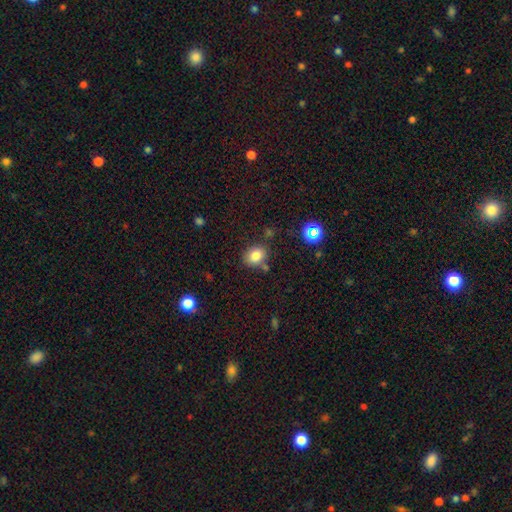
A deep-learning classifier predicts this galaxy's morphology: A smooth galaxy with no disk features (81%) that is in between round and cigar-shaped (53%).

Vote fractions:
- Smooth or featured? smooth: 81% / star or artifact: 12% / featured or disk: 7%
- How rounded? in between: 53% / round: 46% / cigar-shaped: 1%
- Merging? none: 73% / minor disturbance: 14% / merger: 9% / major disturbance: 4%